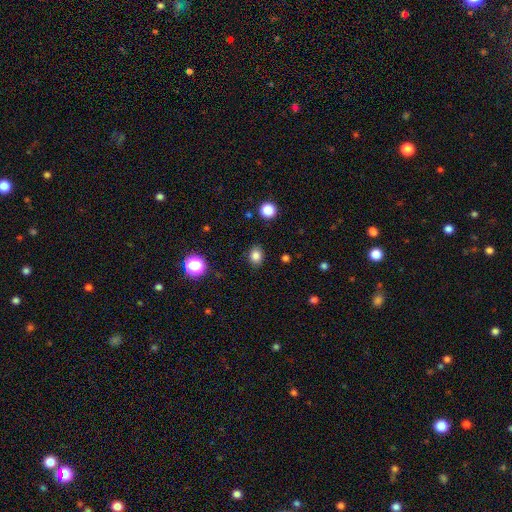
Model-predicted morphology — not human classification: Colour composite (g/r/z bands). It shows a smooth galaxy with no disk features (83%) that is in between round and cigar-shaped (50%). Merging: none (88%).